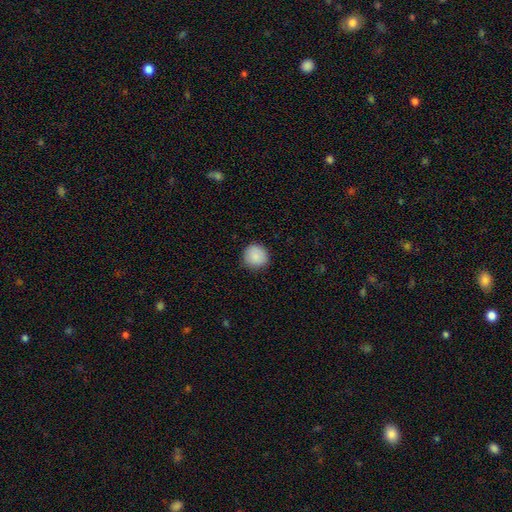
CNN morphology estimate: This appears to be a smooth galaxy with no disk features (88%) that is round (92%). Merging: none (89%).